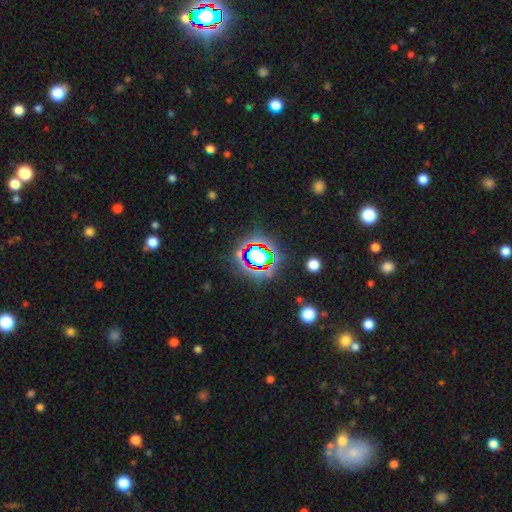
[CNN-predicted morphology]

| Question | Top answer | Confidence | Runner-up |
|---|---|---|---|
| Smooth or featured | star or artifact | 64% | smooth (23%) |